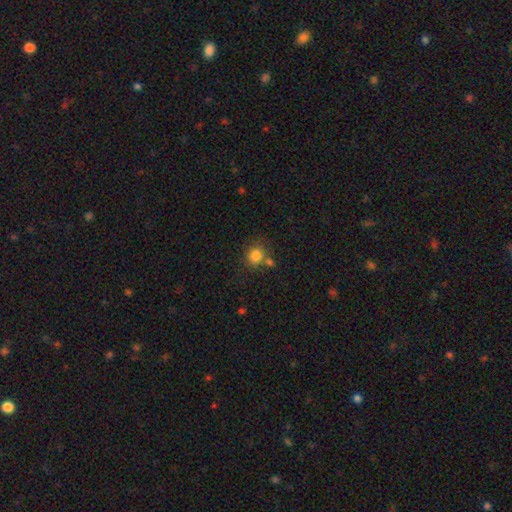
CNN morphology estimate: This is clearly a smooth galaxy (83%). How rounded: likely round (79%). Merging: likely none (66%).